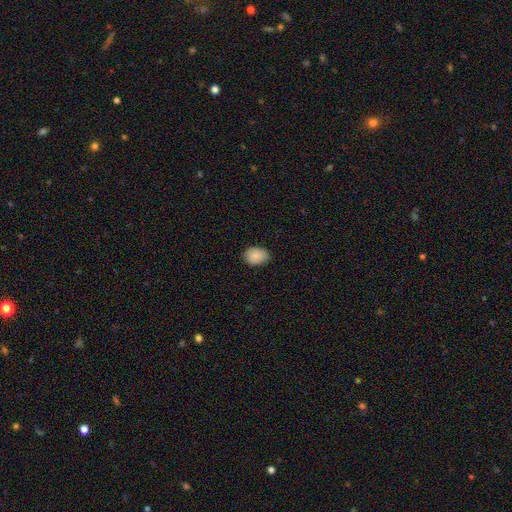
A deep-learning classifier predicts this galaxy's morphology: This appears to be a smooth galaxy with no disk features (87%) that is in between round and cigar-shaped (67%). Merging: none (83%).